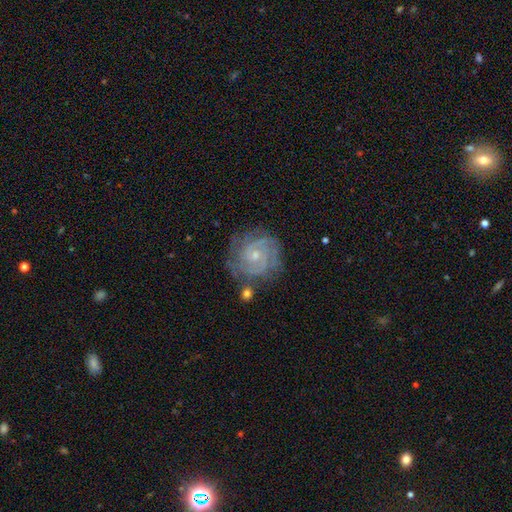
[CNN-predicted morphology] This is clearly a featured or disk galaxy (86%). It is clearly not viewed edge-on (98%). Bar: likely no (70%). Spiral arm pattern: clearly yes (97%). Spiral arm count: marginally 2 (36%). Spiral winding: likely tight (72%). Central bulge: likely small (71%). Merging: likely none (74%).